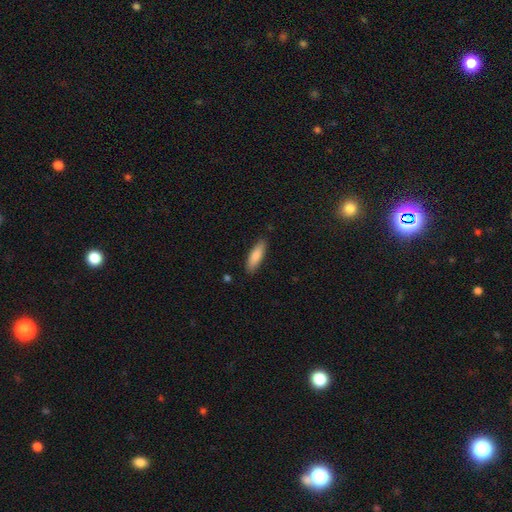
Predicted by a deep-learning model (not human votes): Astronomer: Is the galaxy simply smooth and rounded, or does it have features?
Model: smooth — 85%.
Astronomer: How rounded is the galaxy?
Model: cigar-shaped — 53% (runner-up: in between, 46%).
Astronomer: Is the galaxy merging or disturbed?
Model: none — 86%.